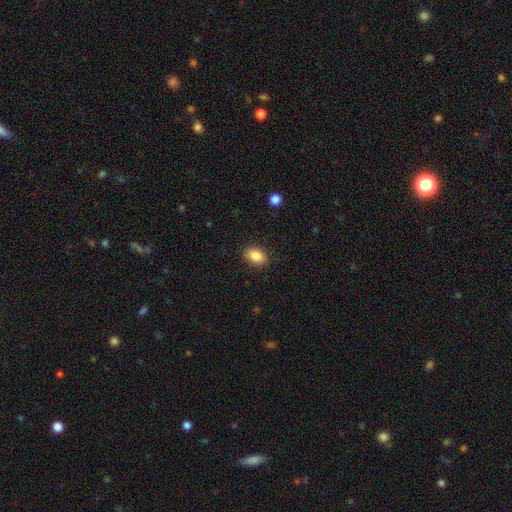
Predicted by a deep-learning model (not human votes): Q: Smooth or featured?
A: smooth (86%); runner-up: star or artifact (8%)
Q: How rounded?
A: in between (85%); runner-up: round (14%)
Q: Merging?
A: none (86%); runner-up: minor disturbance (10%)